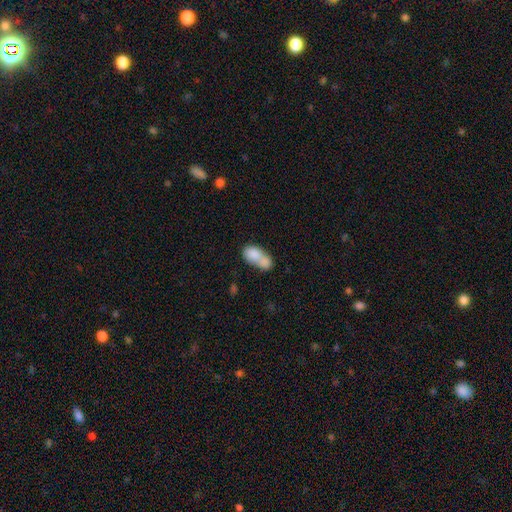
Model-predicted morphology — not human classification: Smooth or featured: smooth — 79% (featured or disk — 14%)
How rounded: in between — 83% (round — 13%)
Merging: merger — 68% (none — 19%)